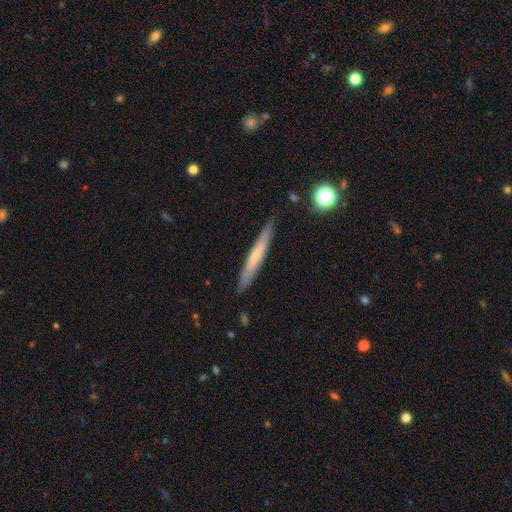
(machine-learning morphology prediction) type=smooth (49%); merging=none (87%).